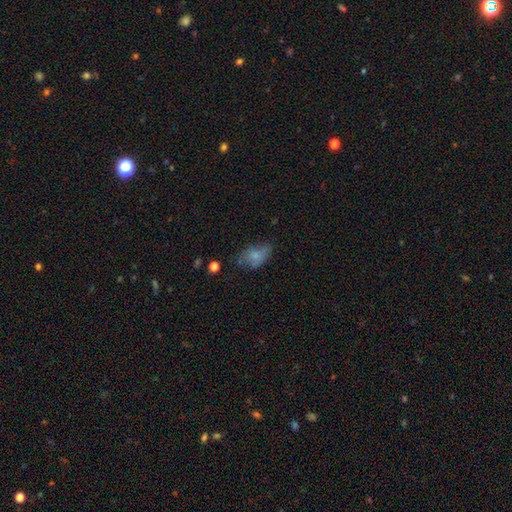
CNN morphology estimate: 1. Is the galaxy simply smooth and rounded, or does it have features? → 73% smooth, 18% featured or disk, 10% star or artifact.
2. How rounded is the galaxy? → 87% in between, 11% round, 2% cigar-shaped.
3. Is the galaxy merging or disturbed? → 51% none, 31% minor disturbance, 15% major disturbance, 3% merger.